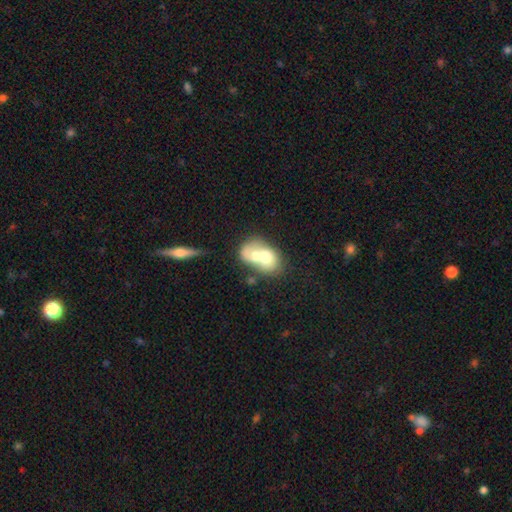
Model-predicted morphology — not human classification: smooth 59%, featured or disk 34%, star or artifact 7%. Down the decision tree: how rounded — in between (63%); merging — merger (75%).